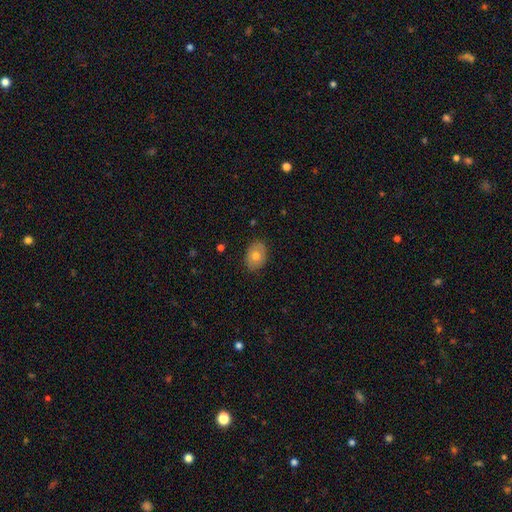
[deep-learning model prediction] Q: Smooth or featured?
A: smooth (69%); runner-up: featured or disk (23%)
Q: How rounded?
A: in between (74%); runner-up: round (25%)
Q: Merging?
A: none (83%); runner-up: minor disturbance (13%)